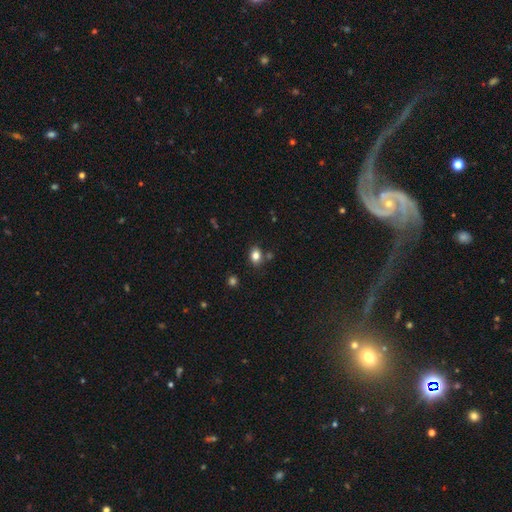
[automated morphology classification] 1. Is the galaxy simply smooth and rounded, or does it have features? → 82% smooth, 11% star or artifact, 7% featured or disk.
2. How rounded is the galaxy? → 66% in between, 32% round, 1% cigar-shaped.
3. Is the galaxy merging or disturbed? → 78% none, 12% minor disturbance, 7% merger, 3% major disturbance.